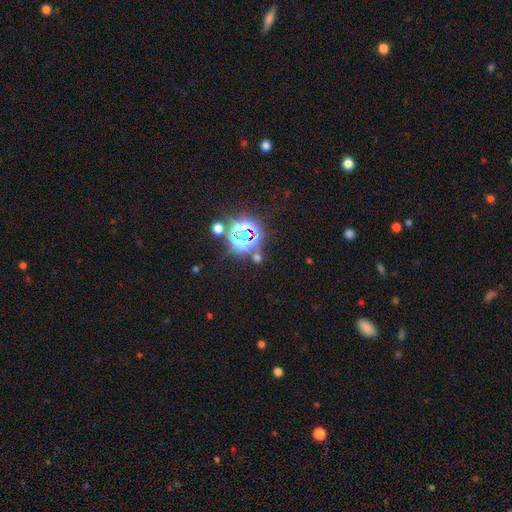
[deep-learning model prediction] A star or artifact, not a galaxy (74%).